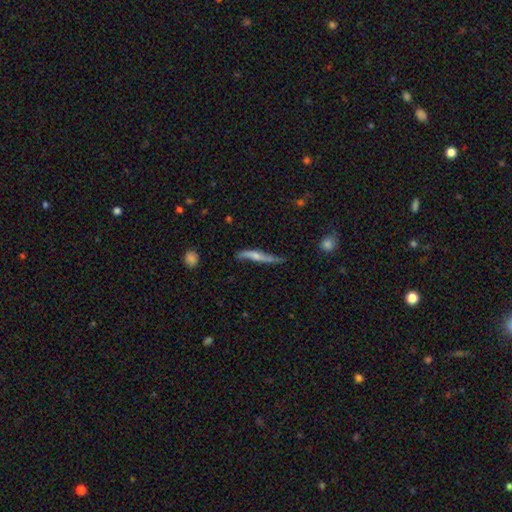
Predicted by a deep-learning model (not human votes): This appears to be a featured or disk galaxy (64%) viewed edge-on (68%). Merging: none (55%).